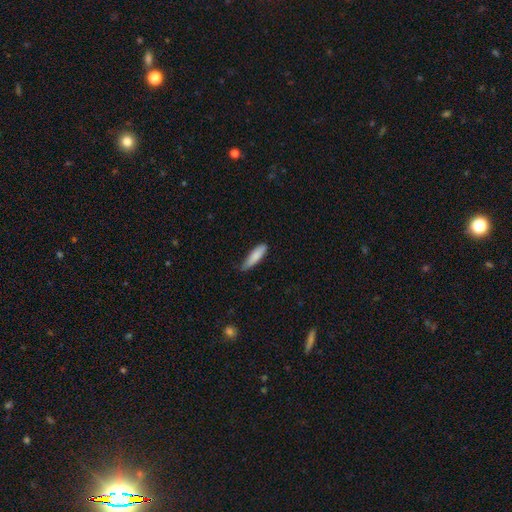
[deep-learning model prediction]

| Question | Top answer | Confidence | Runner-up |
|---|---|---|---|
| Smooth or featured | smooth | 84% | featured or disk (10%) |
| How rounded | cigar-shaped | 67% | in between (31%) |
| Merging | none | 61% | minor disturbance (33%) |